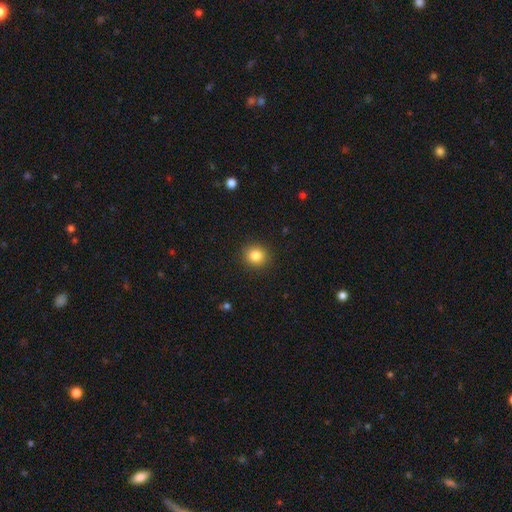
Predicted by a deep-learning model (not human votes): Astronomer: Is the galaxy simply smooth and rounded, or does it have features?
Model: smooth — 84%.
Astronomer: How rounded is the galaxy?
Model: round — 89%.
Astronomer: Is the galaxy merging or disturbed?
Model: none — 91%.